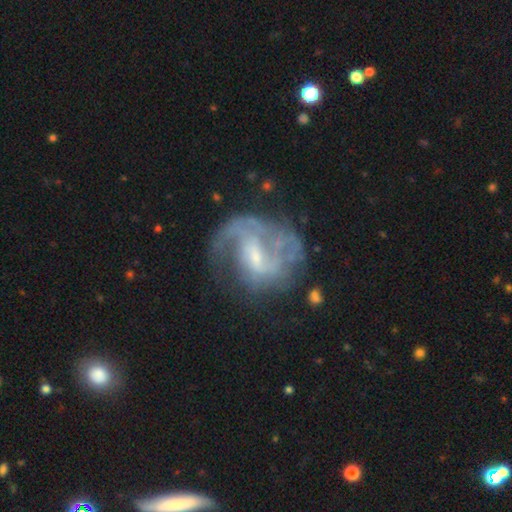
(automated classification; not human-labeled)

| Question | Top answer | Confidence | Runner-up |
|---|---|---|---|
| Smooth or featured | featured or disk | 81% | smooth (12%) |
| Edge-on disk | no | 98% | yes (2%) |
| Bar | weak | 56% | no (28%) |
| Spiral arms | yes | 87% | no (13%) |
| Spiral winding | medium | 43% | loose (30%) |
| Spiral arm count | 2 | 38% | 1 (24%) |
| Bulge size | small | 54% | moderate (28%) |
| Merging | none | 51% | major disturbance (26%) |